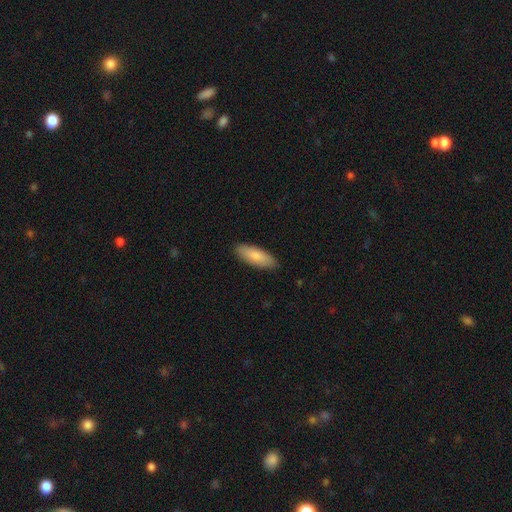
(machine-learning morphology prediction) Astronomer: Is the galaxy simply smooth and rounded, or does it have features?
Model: smooth — 84%.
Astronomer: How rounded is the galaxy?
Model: in between — 65%.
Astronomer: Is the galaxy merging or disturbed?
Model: none — 88%.